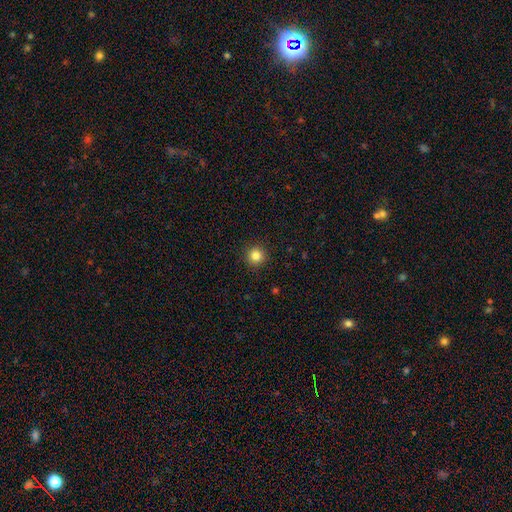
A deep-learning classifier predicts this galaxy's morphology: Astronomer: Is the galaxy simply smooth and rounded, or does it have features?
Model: smooth — 84%.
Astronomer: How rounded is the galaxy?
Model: round — 95%.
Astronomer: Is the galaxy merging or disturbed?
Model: none — 92%.